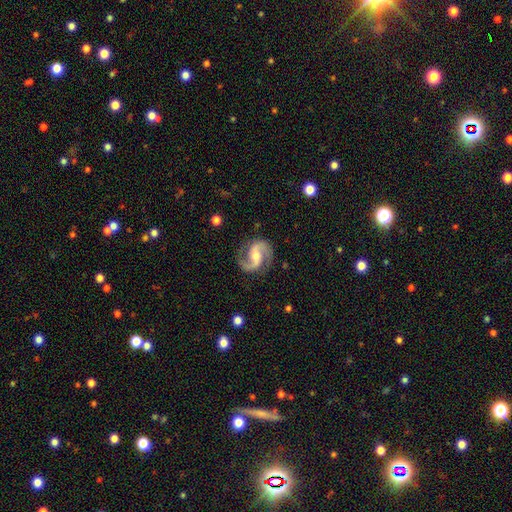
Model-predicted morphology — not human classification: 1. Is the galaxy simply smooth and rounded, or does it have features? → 92% featured or disk, 4% smooth, 4% star or artifact.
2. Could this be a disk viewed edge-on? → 98% no, 2% yes.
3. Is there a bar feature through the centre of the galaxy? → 44% weak, 31% no, 25% strong.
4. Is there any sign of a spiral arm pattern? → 98% yes, 2% no.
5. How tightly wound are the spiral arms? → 60% medium, 24% loose, 16% tight.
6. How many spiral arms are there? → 94% 2, 1% can't tell, 1% 1, 1% 3, 1% 4, 1% more than 4.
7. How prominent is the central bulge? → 56% moderate, 34% small, 5% large, 4% none, 1% dominant.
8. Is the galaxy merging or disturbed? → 83% none, 12% minor disturbance, 4% major disturbance, 1% merger.